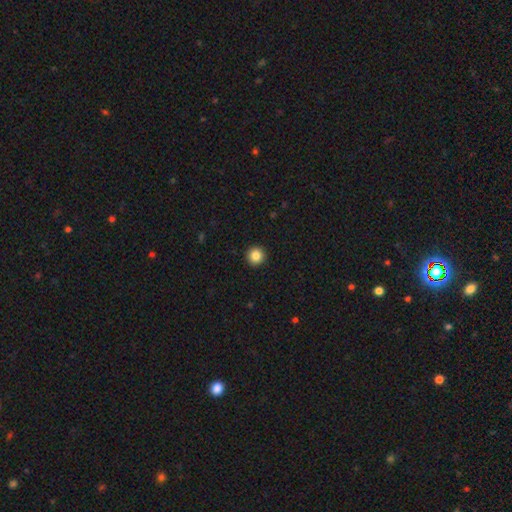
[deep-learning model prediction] This is clearly a smooth galaxy (85%). How rounded: clearly round (96%). Merging: clearly none (94%).